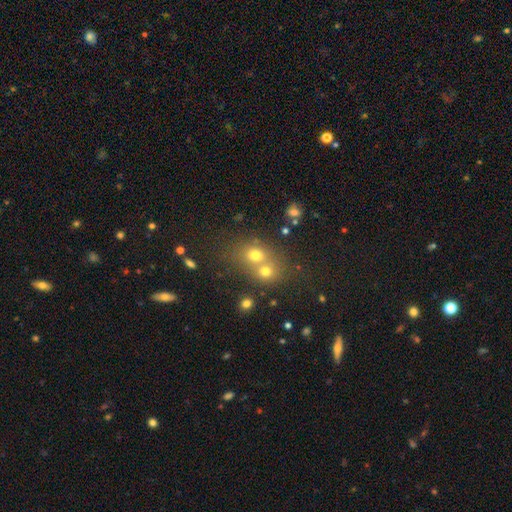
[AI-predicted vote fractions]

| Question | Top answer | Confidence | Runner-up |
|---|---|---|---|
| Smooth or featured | smooth | 62% | star or artifact (22%) |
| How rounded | round | 72% | in between (27%) |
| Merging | merger | 53% | none (37%) |